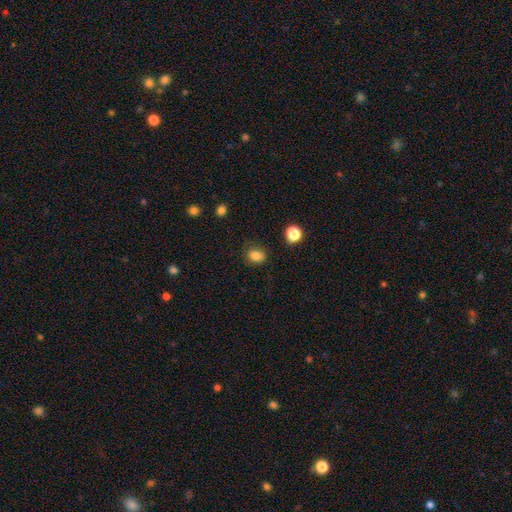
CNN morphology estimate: smooth-or-featured: smooth: 83% | star or artifact: 12% | featured or disk: 5%
  how-rounded: round: 51% | in between: 48% | cigar-shaped: 1%
  merging: none: 79% | minor disturbance: 15% | major disturbance: 4% | merger: 2%